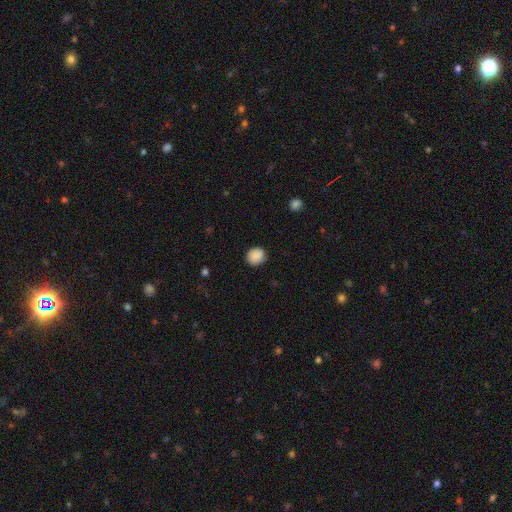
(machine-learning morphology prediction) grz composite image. It shows a smooth galaxy with no disk features (85%) that is round (82%). Merging: none (84%).